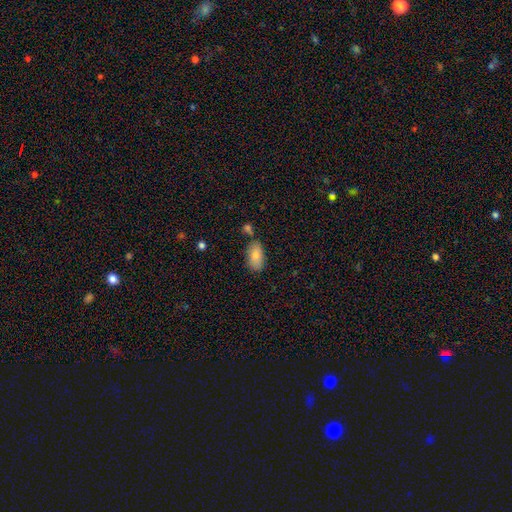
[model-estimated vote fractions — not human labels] Q: Smooth or featured?
A: smooth (81%); runner-up: featured or disk (12%)
Q: How rounded?
A: in between (93%); runner-up: round (4%)
Q: Merging?
A: none (69%); runner-up: minor disturbance (18%)